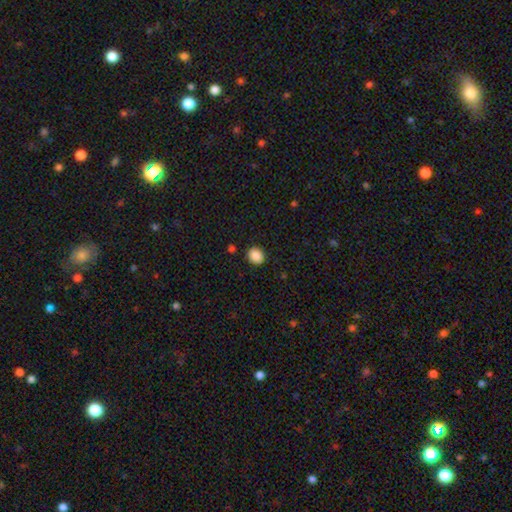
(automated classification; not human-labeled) A smooth galaxy with no disk features (89%) that is round (60%).

Vote fractions:
- Smooth or featured? smooth: 89% / star or artifact: 9% / featured or disk: 3%
- How rounded? round: 60% / in between: 39% / cigar-shaped: 1%
- Merging? none: 89% / minor disturbance: 7% / major disturbance: 2% / merger: 1%